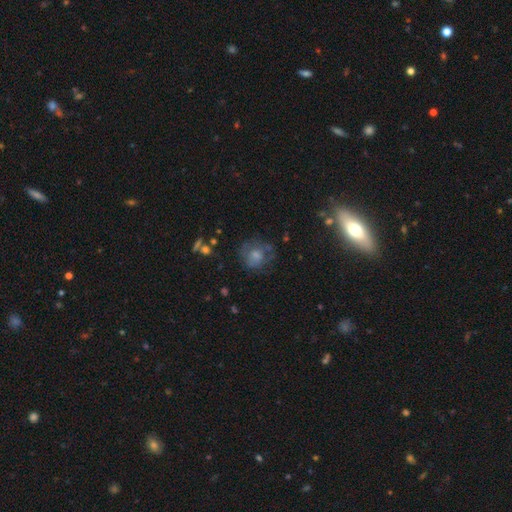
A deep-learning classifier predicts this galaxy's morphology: smooth-or-featured: smooth: 58% | featured or disk: 30% | star or artifact: 12%
  how-rounded: round: 76% | in between: 23% | cigar-shaped: 1%
  merging: none: 53% | minor disturbance: 23% | major disturbance: 21% | merger: 3%